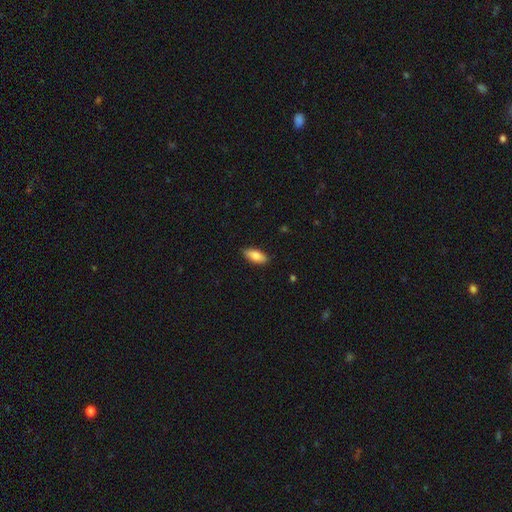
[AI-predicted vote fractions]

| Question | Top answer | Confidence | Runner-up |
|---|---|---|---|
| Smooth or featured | smooth | 84% | featured or disk (9%) |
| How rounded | in between | 84% | cigar-shaped (14%) |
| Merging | none | 87% | minor disturbance (10%) |